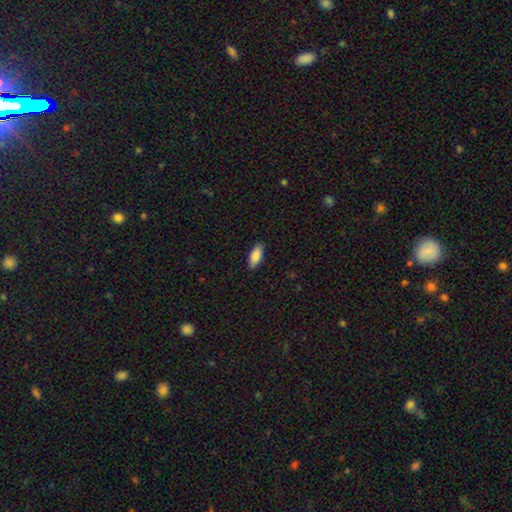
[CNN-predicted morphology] type=smooth (86%); roundness=in between (80%); merging=none (88%).